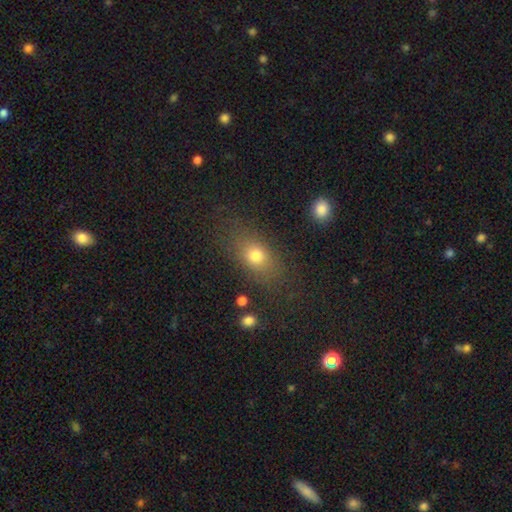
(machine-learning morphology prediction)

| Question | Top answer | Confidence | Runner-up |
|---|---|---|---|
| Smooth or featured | smooth | 74% | featured or disk (13%) |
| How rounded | in between | 67% | round (25%) |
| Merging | none | 74% | minor disturbance (15%) |